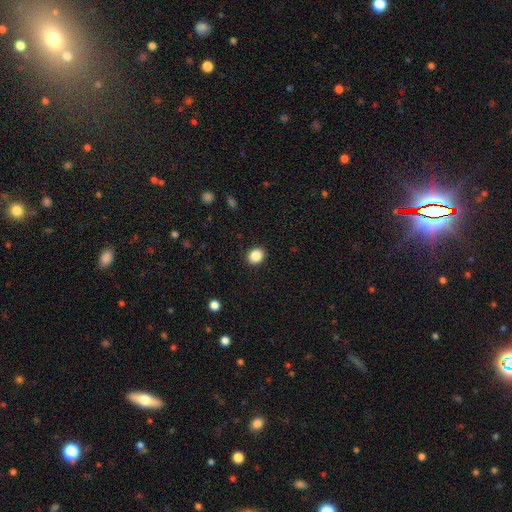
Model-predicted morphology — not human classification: smooth_or_featured: smooth (p=0.87) [alt: star or artifact p=0.10]
how_rounded: round (p=0.64) [alt: in between p=0.35]
merging: none (p=0.91) [alt: minor disturbance p=0.06]